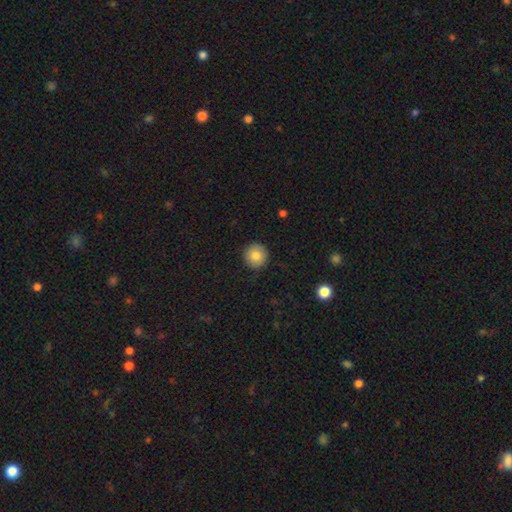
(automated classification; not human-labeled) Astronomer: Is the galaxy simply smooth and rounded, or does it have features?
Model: smooth — 83%.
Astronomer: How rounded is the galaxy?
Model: round — 95%.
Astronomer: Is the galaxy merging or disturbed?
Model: none — 91%.